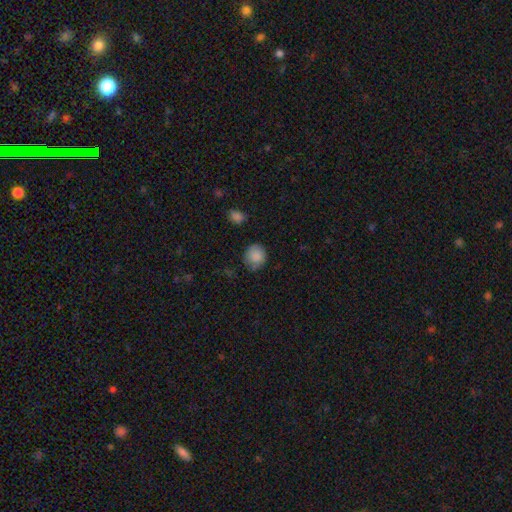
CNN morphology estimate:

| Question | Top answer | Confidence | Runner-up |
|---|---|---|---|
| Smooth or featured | smooth | 85% | star or artifact (8%) |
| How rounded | round | 83% | in between (16%) |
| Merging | none | 68% | minor disturbance (25%) |